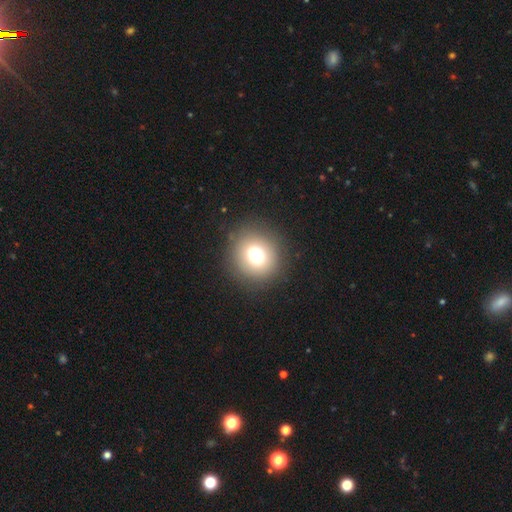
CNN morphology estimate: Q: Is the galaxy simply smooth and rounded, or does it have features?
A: smooth — 72%.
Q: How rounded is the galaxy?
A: round — 91%.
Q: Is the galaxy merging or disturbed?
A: none — 88%.